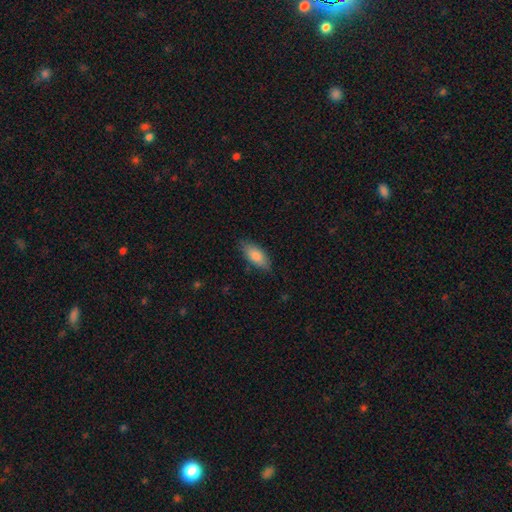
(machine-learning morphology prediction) This is clearly a smooth galaxy (84%). How rounded: clearly in between (84%). Merging: likely none (80%).